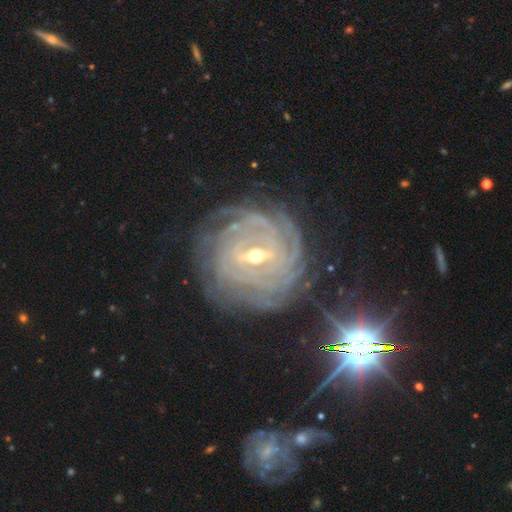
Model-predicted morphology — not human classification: Smooth or featured?
  - featured or disk: 88% *
  - star or artifact: 8%
  - smooth: 4%
Edge-on disk?
  - no: 95% *
  - yes: 5%
Bar?
  - strong: 52% *
  - weak: 39%
  - no: 9%
Spiral arms?
  - yes: 97% *
  - no: 3%
Spiral winding?
  - tight: 85% *
  - medium: 13%
  - loose: 3%
Spiral arm count?
  - can't tell: 26% *
  - more than 4: 25%
  - 4: 22%
  - 3: 12%
  - 2: 9%
  - 1: 6%
Bulge size?
  - moderate: 50% *
  - small: 46%
  - large: 2%
  - none: 1%
  - dominant: 1%
Merging?
  - none: 79% *
  - minor disturbance: 13%
  - major disturbance: 6%
  - merger: 2%